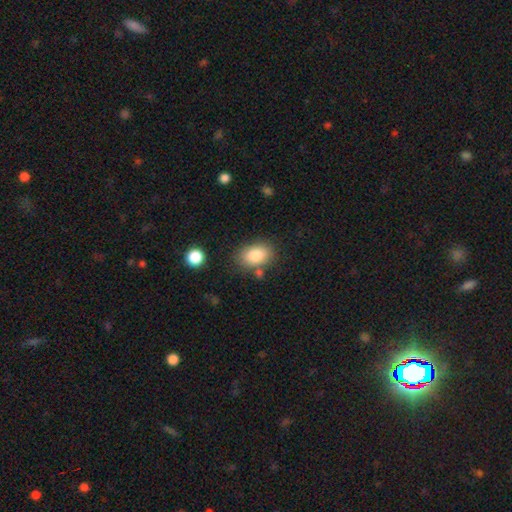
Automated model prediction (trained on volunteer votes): This is clearly a smooth galaxy (84%). How rounded: clearly in between (84%). Merging: likely none (75%).